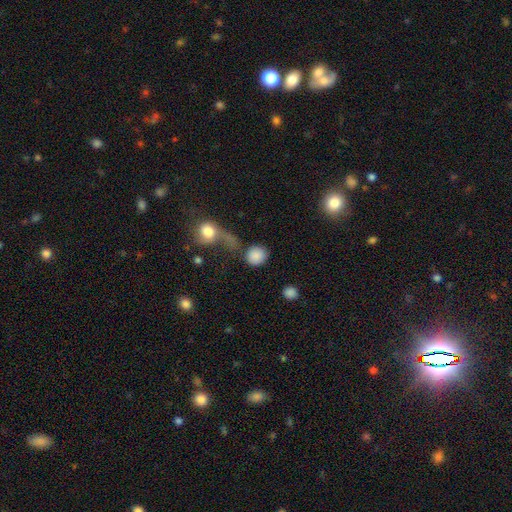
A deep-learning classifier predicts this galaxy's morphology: smooth 85%, star or artifact 8%, featured or disk 7%. Down the decision tree: how rounded — round (86%); merging — none (56%).